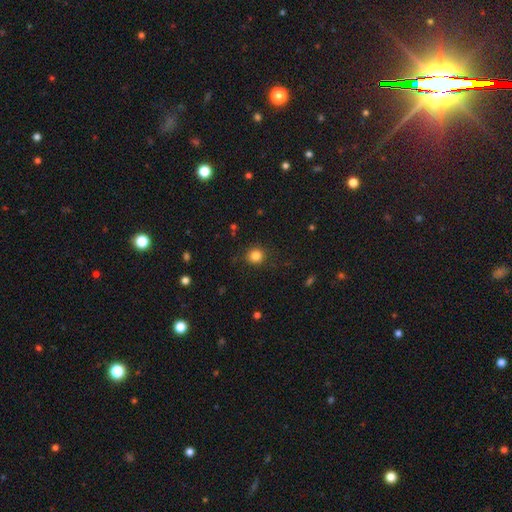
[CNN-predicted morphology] Smooth or featured?
  - smooth: 83% *
  - star or artifact: 12%
  - featured or disk: 5%
How rounded?
  - round: 88% *
  - in between: 11%
  - cigar-shaped: 1%
Merging?
  - none: 87% *
  - minor disturbance: 8%
  - major disturbance: 3%
  - merger: 1%